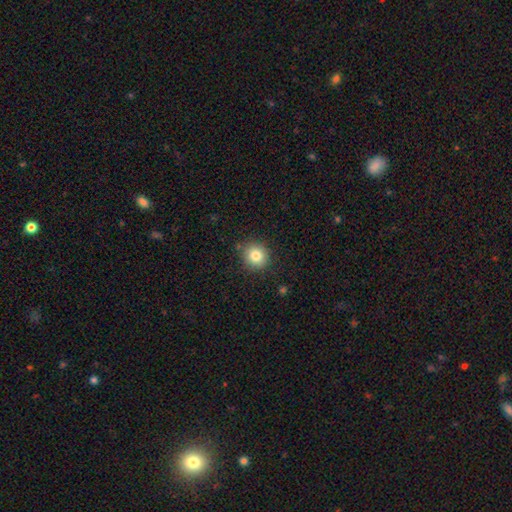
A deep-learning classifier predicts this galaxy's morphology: Smooth or featured: smooth — 82% (star or artifact — 11%)
How rounded: round — 88% (in between — 11%)
Merging: none — 87% (minor disturbance — 9%)